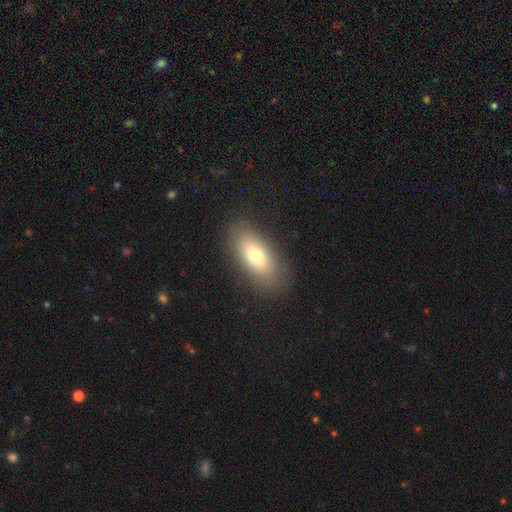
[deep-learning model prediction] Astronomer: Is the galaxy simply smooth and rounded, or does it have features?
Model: smooth — 75%.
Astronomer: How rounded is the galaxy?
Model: in between — 85%.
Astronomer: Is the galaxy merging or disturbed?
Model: none — 86%.